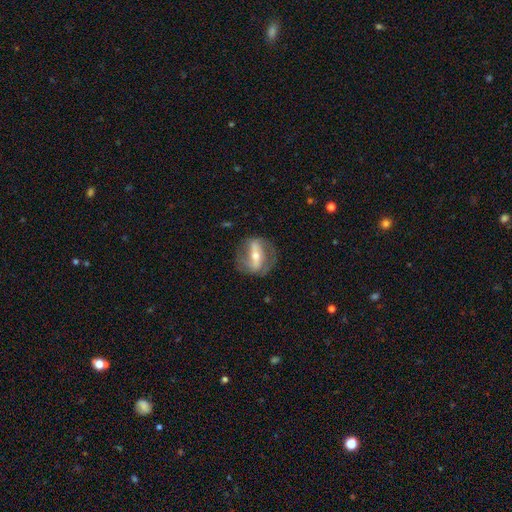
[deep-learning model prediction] Smooth or featured? featured or disk (74%)
Edge-on disk? no (83%)
Bar? strong (69%)
Spiral arms? yes (63%)
Bulge size? moderate (52%)
Merging? none (73%)